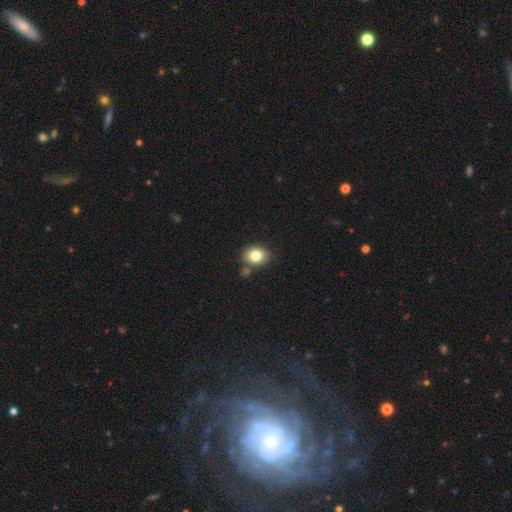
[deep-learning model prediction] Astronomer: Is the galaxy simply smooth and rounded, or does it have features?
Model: smooth — 82%.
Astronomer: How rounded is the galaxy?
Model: round — 51% (runner-up: in between, 49%).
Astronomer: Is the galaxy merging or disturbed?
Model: none — 74%.